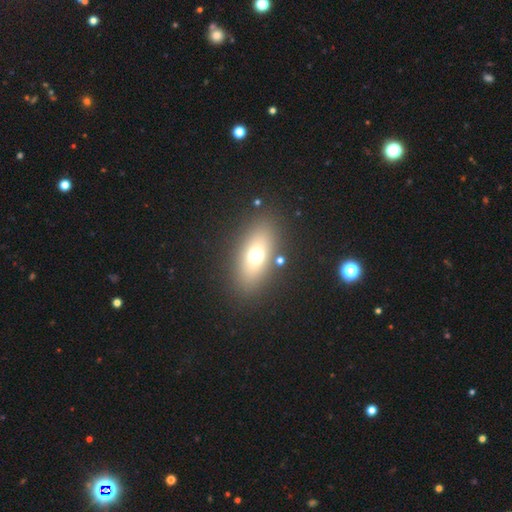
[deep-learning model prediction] smooth 66%, featured or disk 21%, star or artifact 13%. Down the decision tree: how rounded — in between (78%); merging — none (84%).